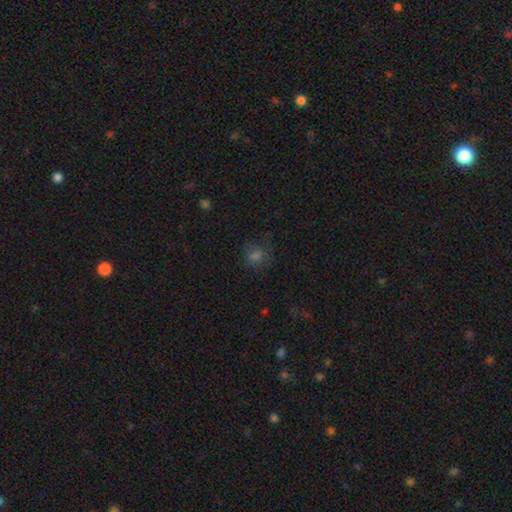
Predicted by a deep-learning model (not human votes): Overall: smooth (64%; star or artifact 25%). How rounded: round (74%). Merging: none (70%).